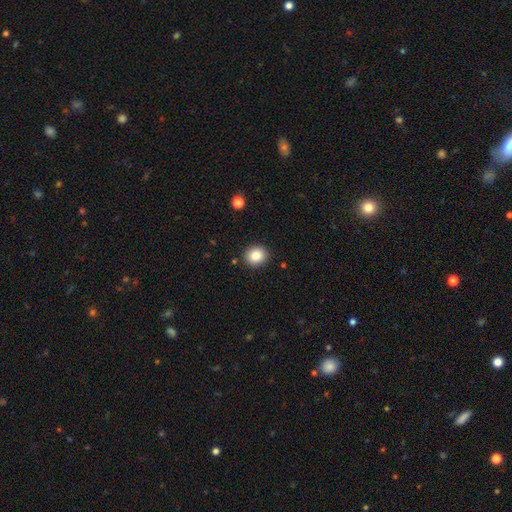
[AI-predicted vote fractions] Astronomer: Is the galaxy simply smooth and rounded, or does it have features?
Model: smooth — 84%.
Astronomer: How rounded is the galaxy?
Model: round — 81%.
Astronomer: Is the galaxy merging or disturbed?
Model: none — 90%.